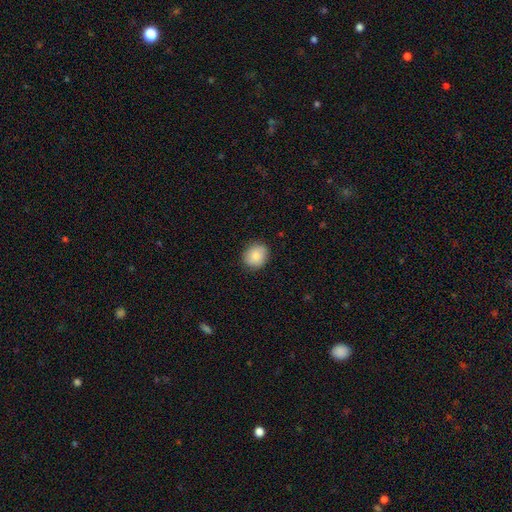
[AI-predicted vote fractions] Smooth or featured? smooth (87%)
How rounded? round (66%)
Merging? none (87%)